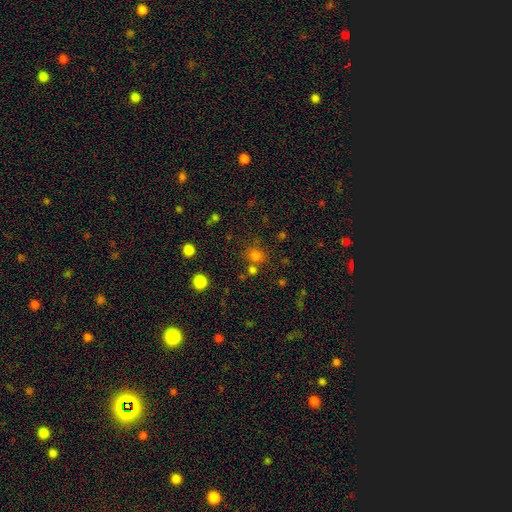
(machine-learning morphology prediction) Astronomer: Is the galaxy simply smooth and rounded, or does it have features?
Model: smooth — 76%.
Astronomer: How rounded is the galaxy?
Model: round — 81%.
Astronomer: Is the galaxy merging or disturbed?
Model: none — 70%.